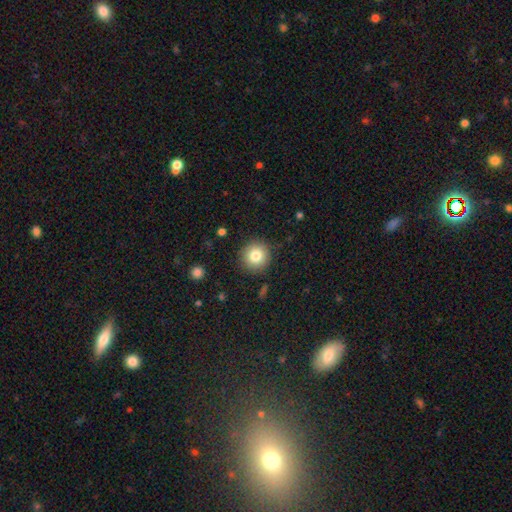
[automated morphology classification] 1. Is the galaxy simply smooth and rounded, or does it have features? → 80% smooth, 10% star or artifact, 9% featured or disk.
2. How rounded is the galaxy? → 94% round, 5% in between, 1% cigar-shaped.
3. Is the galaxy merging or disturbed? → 88% none, 8% minor disturbance, 3% major disturbance, 1% merger.